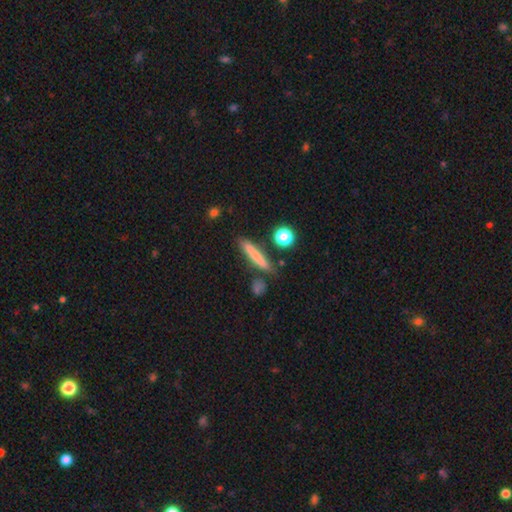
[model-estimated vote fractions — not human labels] This appears to be a smooth galaxy with no disk features (70%) that is cigar-shaped (88%). Merging: none (78%).